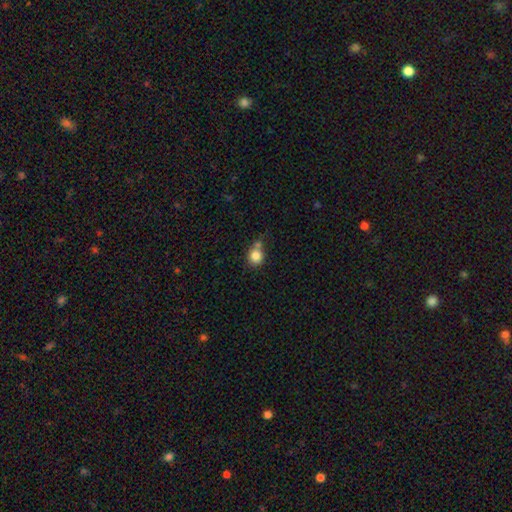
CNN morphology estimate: This appears to be a smooth galaxy with no disk features (83%) that is round (85%). Merging: none (54%).